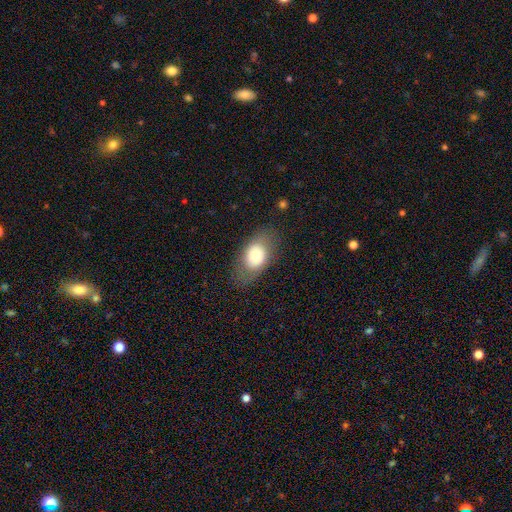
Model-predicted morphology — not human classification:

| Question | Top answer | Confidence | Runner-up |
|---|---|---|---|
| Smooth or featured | smooth | 67% | featured or disk (25%) |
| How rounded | in between | 79% | round (19%) |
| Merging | none | 76% | minor disturbance (15%) |